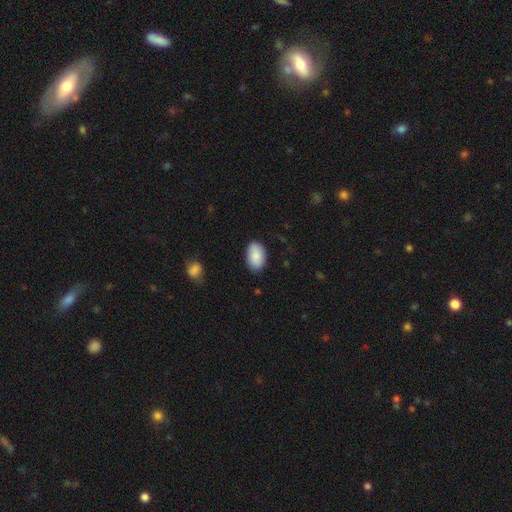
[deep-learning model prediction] Morphology: type=smooth (87%); roundness=in between (92%); merging=none (85%).